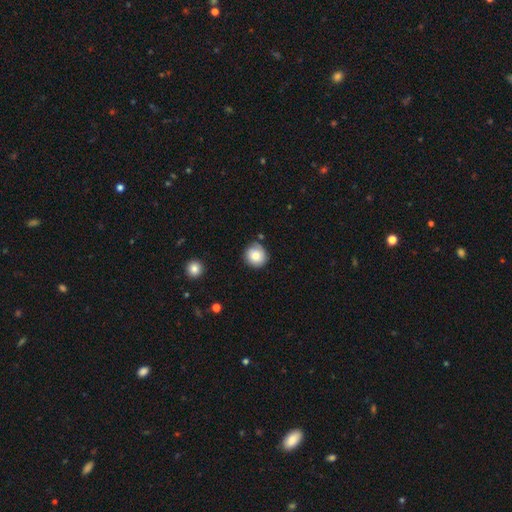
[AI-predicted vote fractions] This appears to be a smooth galaxy with no disk features (79%) that is round (91%). Merging: none (76%).